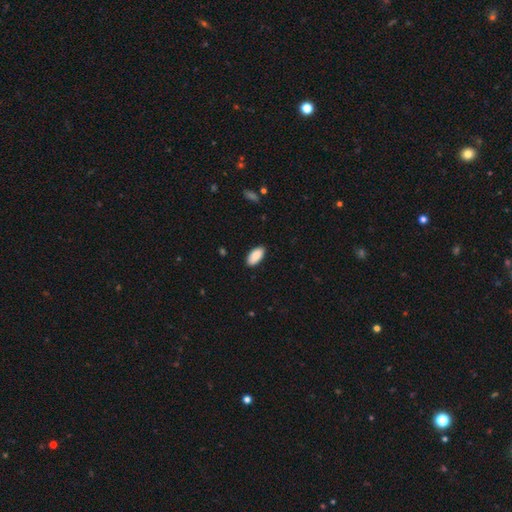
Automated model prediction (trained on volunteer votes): A smooth galaxy with no disk features (89%) that is in between round and cigar-shaped (94%).

Vote fractions:
- Smooth or featured? smooth: 89% / star or artifact: 6% / featured or disk: 5%
- How rounded? in between: 94% / cigar-shaped: 5% / round: 2%
- Merging? none: 87% / minor disturbance: 10% / major disturbance: 2% / merger: 1%